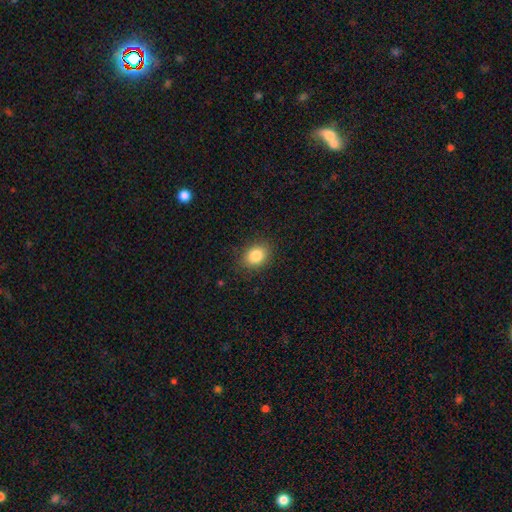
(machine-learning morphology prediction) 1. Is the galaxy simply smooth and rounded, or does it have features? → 84% smooth, 10% star or artifact, 6% featured or disk.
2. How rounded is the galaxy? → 57% in between, 42% round, 1% cigar-shaped.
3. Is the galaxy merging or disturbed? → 86% none, 10% minor disturbance, 3% major disturbance, 1% merger.